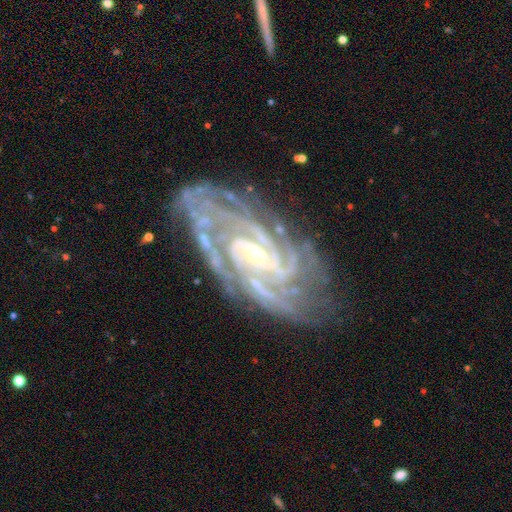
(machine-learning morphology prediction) Overall: featured or disk (92%). Edge-on disk: no (96%). Bar: no (41%; weak 37%). Spiral arms: yes (99%). Spiral arm count: 4 (26%; 3 22%). Spiral winding: tight (74%). Bulge size: small (72%). Merging: none (74%).